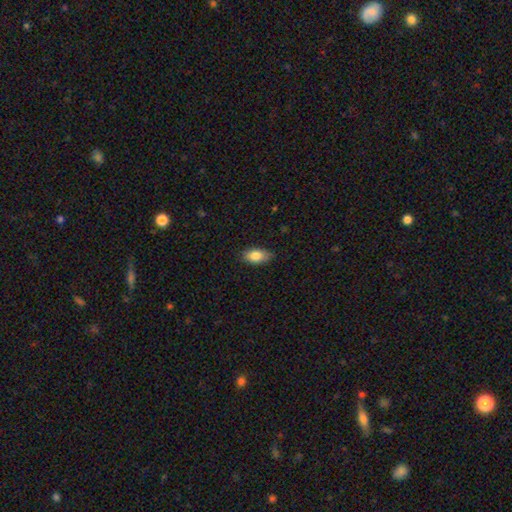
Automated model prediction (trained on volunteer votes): smooth-or-featured: smooth: 82% | featured or disk: 11% | star or artifact: 7%
  how-rounded: in between: 90% | round: 6% | cigar-shaped: 4%
  merging: none: 83% | minor disturbance: 14% | major disturbance: 2% | merger: 1%